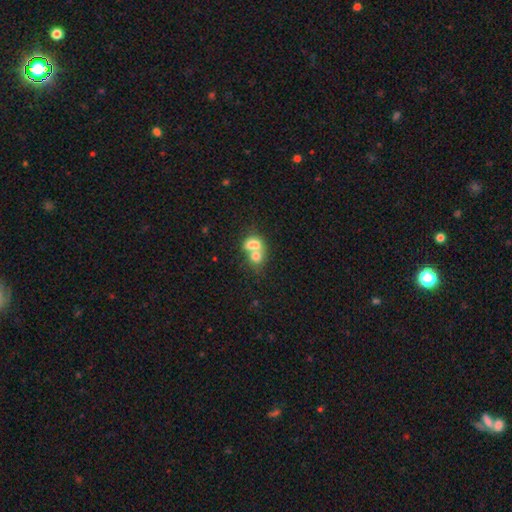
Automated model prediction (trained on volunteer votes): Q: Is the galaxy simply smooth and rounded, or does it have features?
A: smooth — 70%.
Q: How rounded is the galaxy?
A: in between — 51%.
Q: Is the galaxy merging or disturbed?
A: merger — 72%.